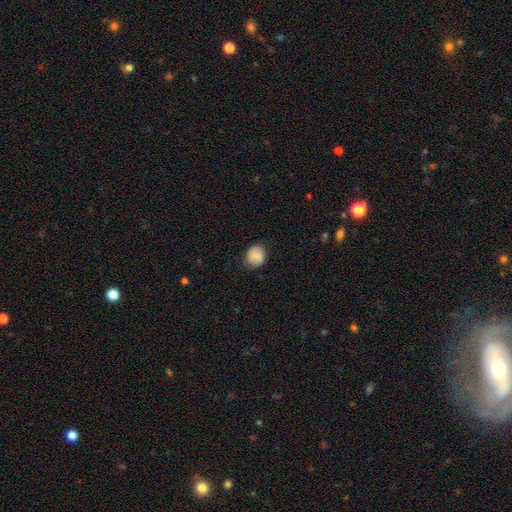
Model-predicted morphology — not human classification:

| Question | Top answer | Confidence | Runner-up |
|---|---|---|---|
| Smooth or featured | smooth | 69% | featured or disk (23%) |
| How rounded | round | 69% | in between (30%) |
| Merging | none | 72% | minor disturbance (22%) |